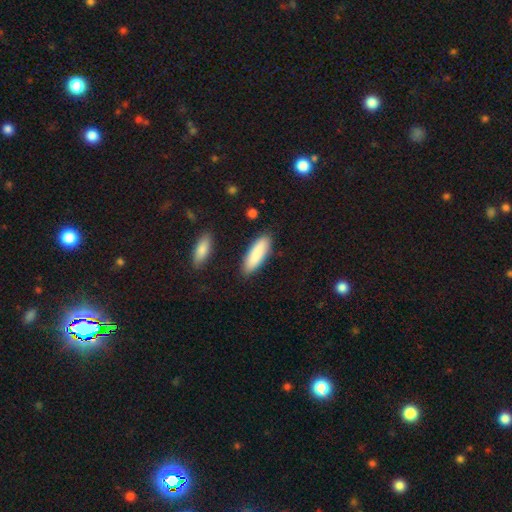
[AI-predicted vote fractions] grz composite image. It shows a smooth galaxy with no disk features (88%) that is in between round and cigar-shaped (54%). Merging: none (85%).